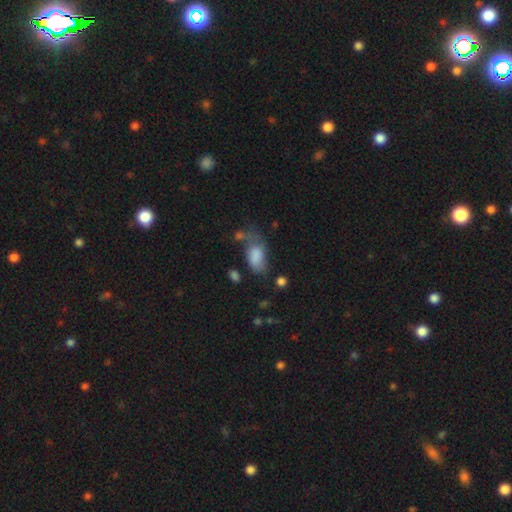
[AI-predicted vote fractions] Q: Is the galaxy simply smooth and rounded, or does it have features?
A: smooth — 78%.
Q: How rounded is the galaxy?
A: in between — 92%.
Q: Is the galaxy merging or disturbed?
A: none — 33%.